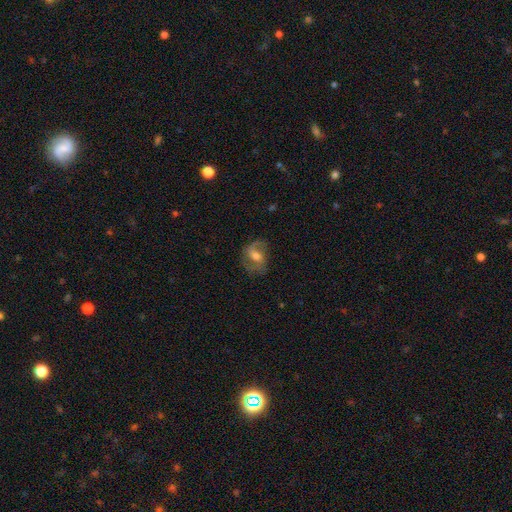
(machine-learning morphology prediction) A featured or disk galaxy (68%) with a weak bar (47%), 2 (79%) loose (43%) spiral arms (87%) and a moderate central bulge (62%). Merging: none (68%).